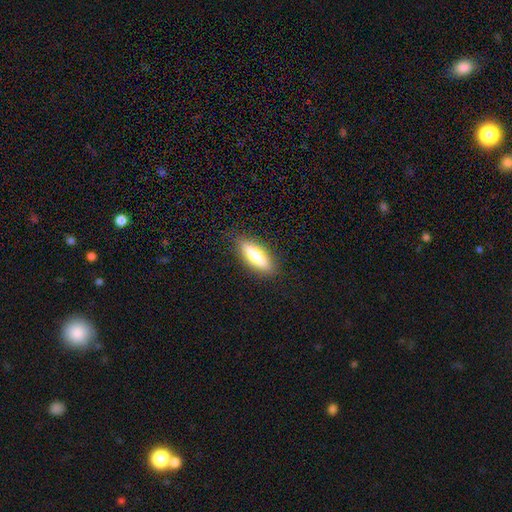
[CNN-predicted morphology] Overall: smooth (73%). How rounded: cigar-shaped (50%; in between 48%). Merging: none (87%).